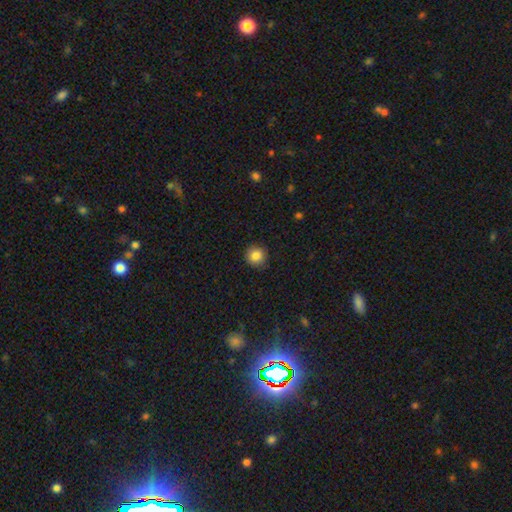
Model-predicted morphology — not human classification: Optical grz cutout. It shows a smooth galaxy with no disk features (85%) that is round (93%). Merging: none (90%).